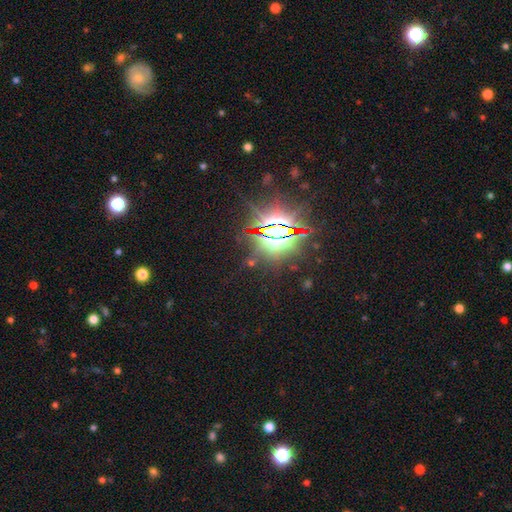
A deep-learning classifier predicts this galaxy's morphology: This is clearly a star or artifact rather than a galaxy (85%).